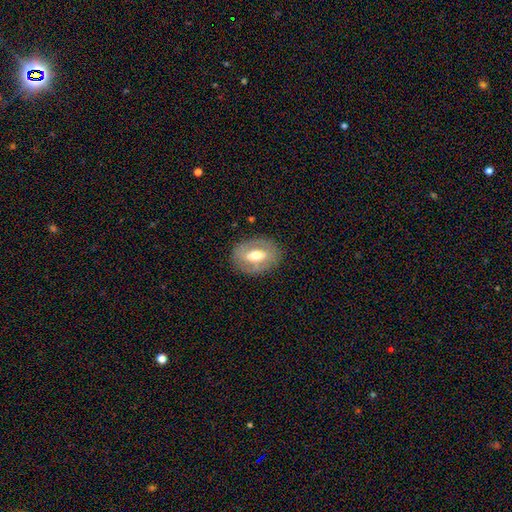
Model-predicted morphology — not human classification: Q: Smooth or featured?
A: featured or disk (56%); runner-up: smooth (38%)
Q: Edge-on disk?
A: no (89%); runner-up: yes (11%)
Q: Merging?
A: none (81%); runner-up: minor disturbance (12%)